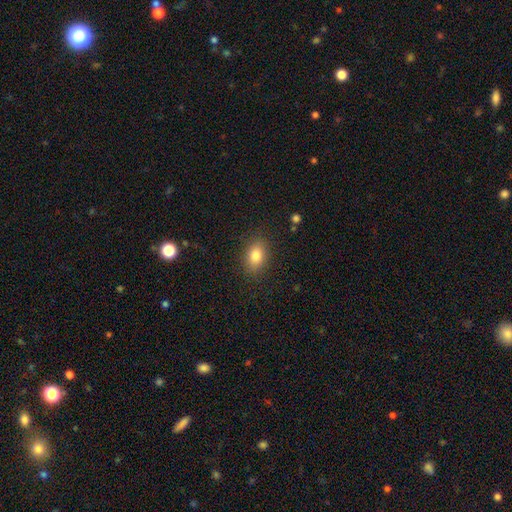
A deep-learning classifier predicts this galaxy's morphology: Smooth or featured? Predicted: smooth (p=0.82). How rounded? Predicted: in between (p=0.79). Merging? Predicted: none (p=0.86).